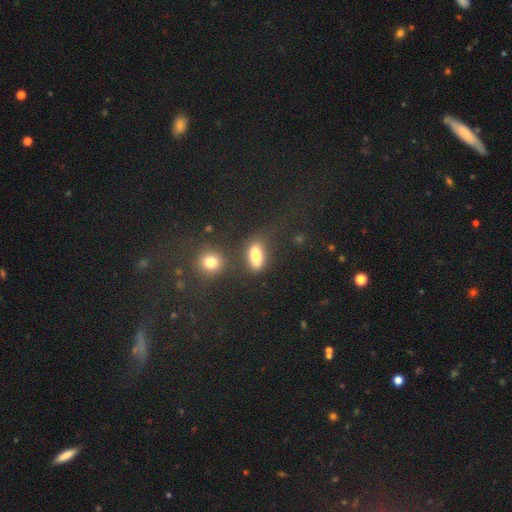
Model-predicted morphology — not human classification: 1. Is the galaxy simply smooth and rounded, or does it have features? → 82% smooth, 10% star or artifact, 8% featured or disk.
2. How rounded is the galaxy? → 79% in between, 14% cigar-shaped, 8% round.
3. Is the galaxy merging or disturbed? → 61% none, 18% minor disturbance, 10% merger, 10% major disturbance.